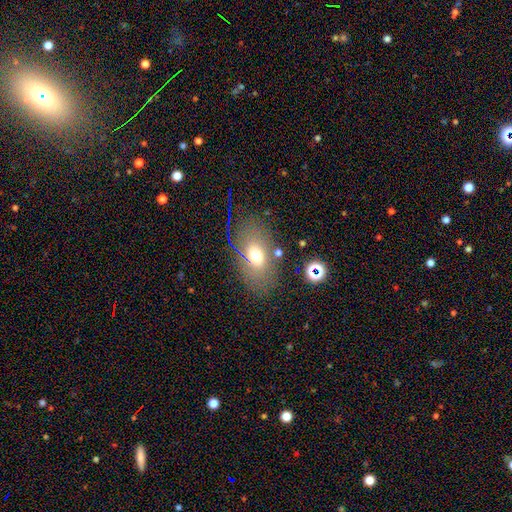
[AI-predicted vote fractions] The model was most divided on "smooth or featured": smooth: 63%, featured or disk: 22%, star or artifact: 15%. More confident: how rounded — in between (84%); merging — none (76%).